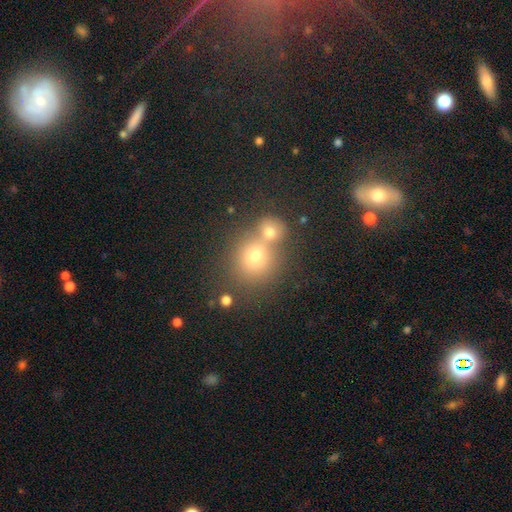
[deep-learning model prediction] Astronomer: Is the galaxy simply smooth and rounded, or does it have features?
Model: smooth — 64%.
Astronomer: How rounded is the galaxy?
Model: round — 79%.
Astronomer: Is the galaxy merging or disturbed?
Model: none — 48% (runner-up: merger, 40%).